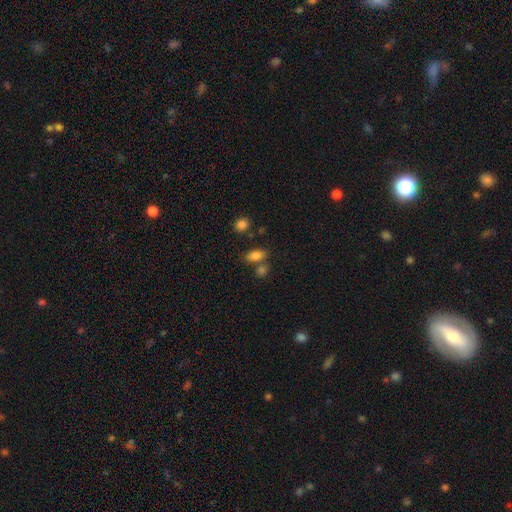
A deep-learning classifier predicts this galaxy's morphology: smooth_or_featured: smooth (p=0.83) [alt: star or artifact p=0.10]
how_rounded: in between (p=0.86) [alt: round p=0.09]
merging: none (p=0.62) [alt: merger p=0.22]